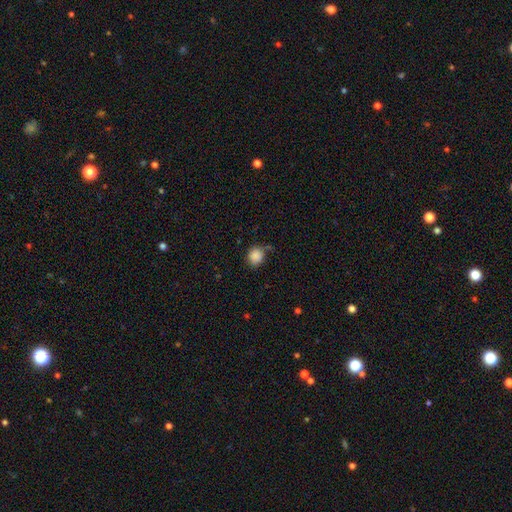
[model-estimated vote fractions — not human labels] smooth-or-featured: smooth: 86% | star or artifact: 9% | featured or disk: 4%
  how-rounded: round: 78% | in between: 21% | cigar-shaped: 1%
  merging: none: 64% | minor disturbance: 25% | major disturbance: 6% | merger: 6%